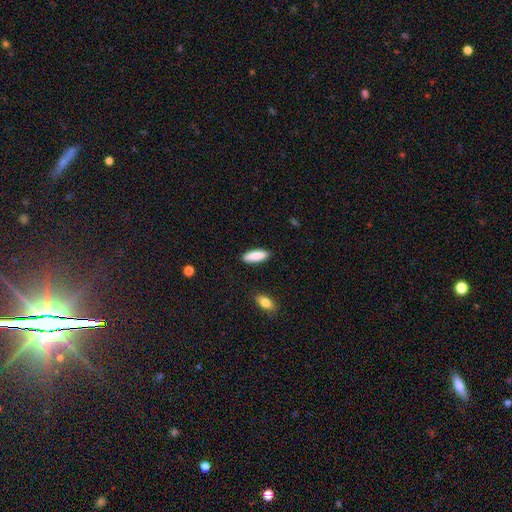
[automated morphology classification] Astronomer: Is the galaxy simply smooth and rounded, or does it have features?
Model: smooth — 88%.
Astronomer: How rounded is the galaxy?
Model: in between — 59% (runner-up: cigar-shaped, 40%).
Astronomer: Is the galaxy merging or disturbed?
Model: none — 88%.